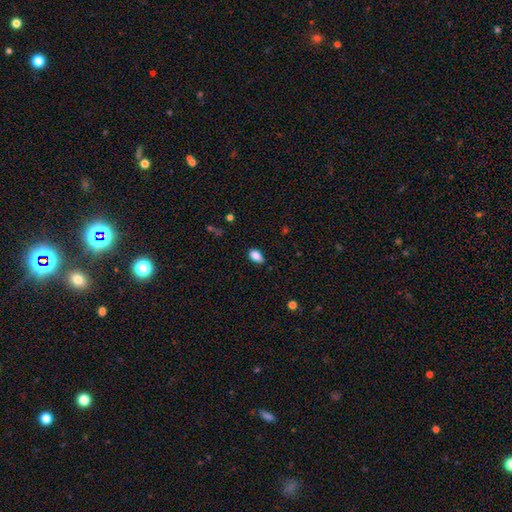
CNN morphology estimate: This is clearly a smooth galaxy (86%). How rounded: clearly in between (91%). Merging: likely none (80%).